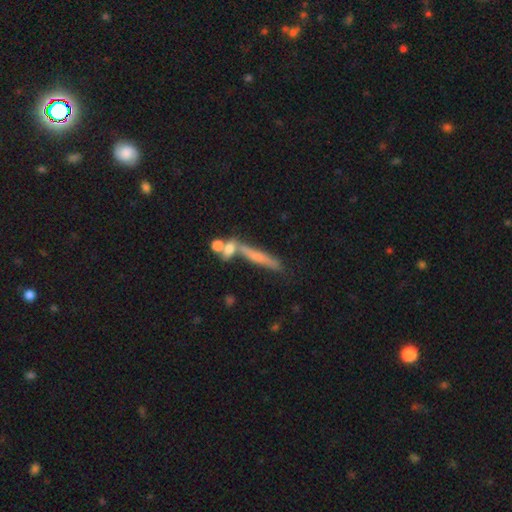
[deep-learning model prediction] This is marginally a smooth galaxy (44%, tied with featured or disk). Merging: possibly none (58%).